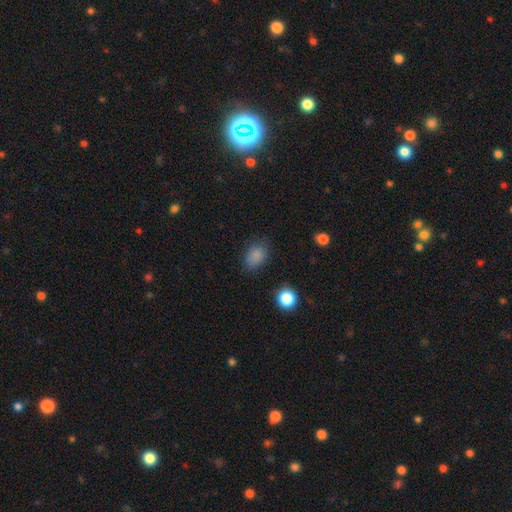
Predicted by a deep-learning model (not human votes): smooth 84%, star or artifact 12%, featured or disk 5%. Down the decision tree: how rounded — in between (72%); merging — none (73%).